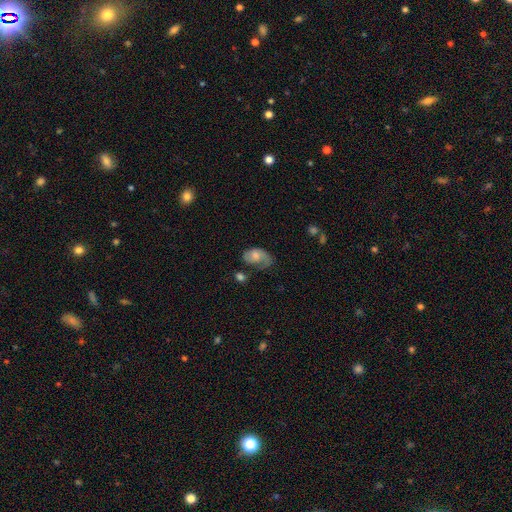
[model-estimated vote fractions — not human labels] smooth_or_featured: featured or disk (p=0.52) [alt: smooth p=0.40]
disk_edge_on: no (p=0.96) [alt: yes p=0.04]
merging: none (p=0.35) [alt: major disturbance p=0.31]